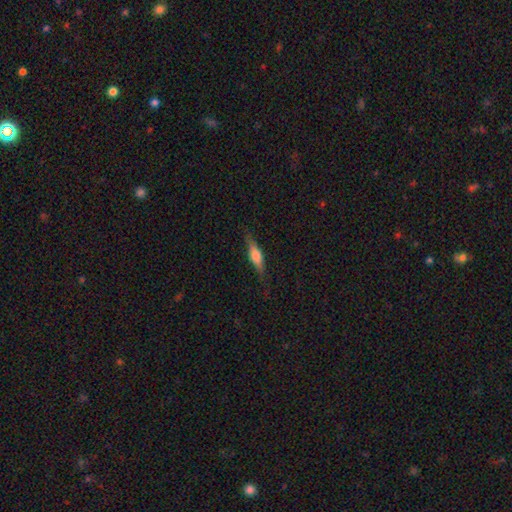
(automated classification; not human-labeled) The model was most divided on "smooth or featured": smooth: 49%, featured or disk: 44%, star or artifact: 7%. More confident: merging — none (79%).